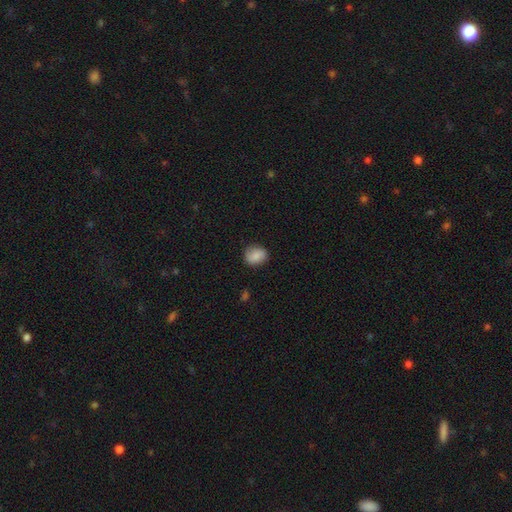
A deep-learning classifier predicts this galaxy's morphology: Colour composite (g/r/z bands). It shows a smooth galaxy with no disk features (79%) that is round (68%). Merging: none (78%).